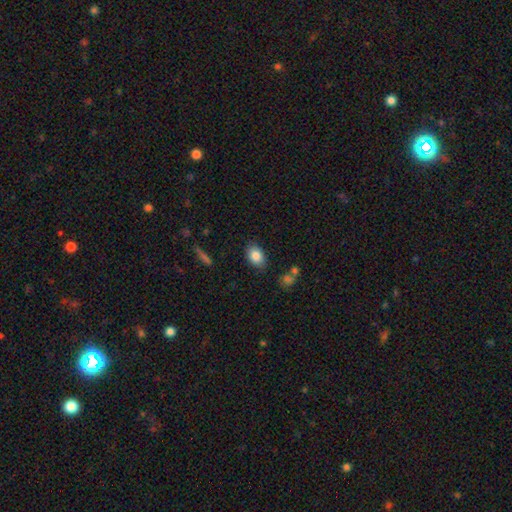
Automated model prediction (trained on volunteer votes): smooth-or-featured: smooth: 84% | featured or disk: 8% | star or artifact: 8%
  how-rounded: in between: 82% | round: 17% | cigar-shaped: 1%
  merging: none: 83% | minor disturbance: 12% | major disturbance: 3% | merger: 2%